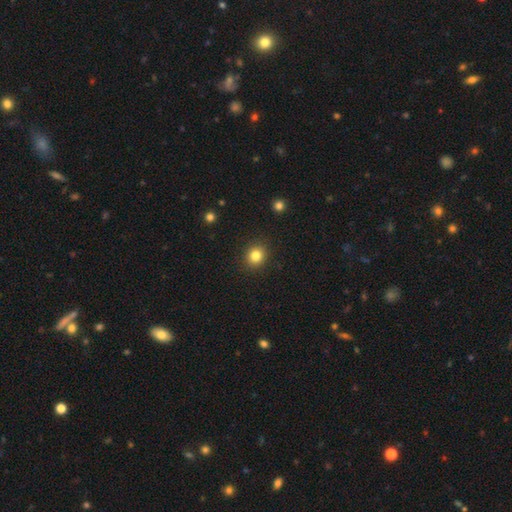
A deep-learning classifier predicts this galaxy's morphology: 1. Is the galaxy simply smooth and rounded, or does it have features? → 83% smooth, 12% star or artifact, 6% featured or disk.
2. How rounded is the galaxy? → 81% round, 18% in between, 1% cigar-shaped.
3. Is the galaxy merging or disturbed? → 90% none, 7% minor disturbance, 2% major disturbance, 1% merger.